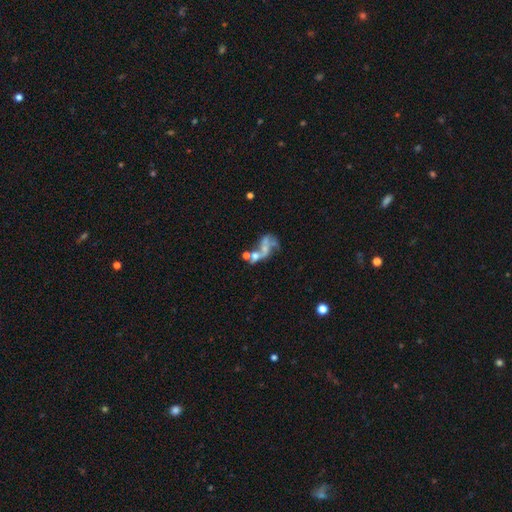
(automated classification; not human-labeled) Q: Smooth or featured?
A: featured or disk (59%); runner-up: smooth (25%)
Q: Edge-on disk?
A: no (97%); runner-up: yes (3%)
Q: Bar?
A: no (79%); runner-up: weak (15%)
Q: Spiral arms?
A: no (68%); runner-up: yes (32%)
Q: Bulge size?
A: none (45%); runner-up: small (30%)
Q: Merging?
A: merger (44%); runner-up: major disturbance (26%)